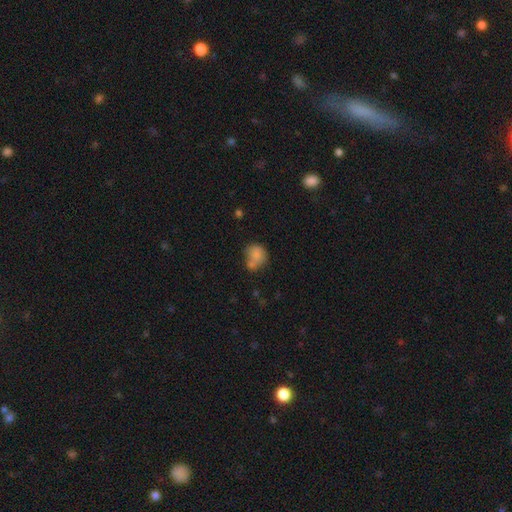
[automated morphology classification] type=smooth (80%); roundness=round (65%); merging=none (41%).